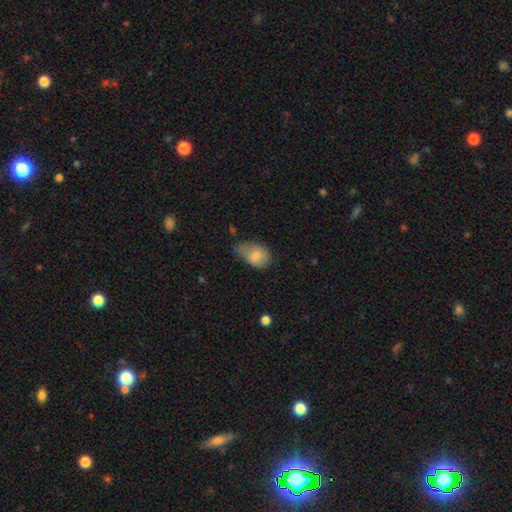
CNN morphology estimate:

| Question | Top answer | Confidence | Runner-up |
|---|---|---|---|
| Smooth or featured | smooth | 77% | featured or disk (15%) |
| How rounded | in between | 80% | round (19%) |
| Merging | minor disturbance | 43% | none (30%) |